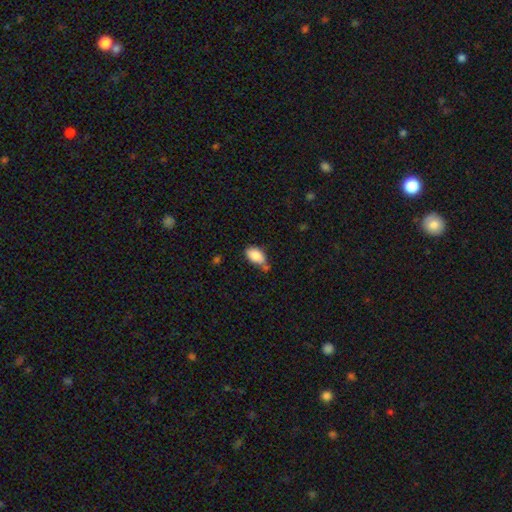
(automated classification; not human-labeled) A smooth galaxy with no disk features (86%) that is in between round and cigar-shaped (92%). Merging: none (45%).